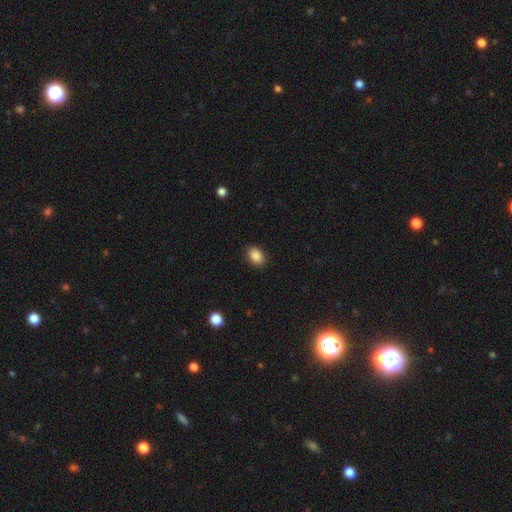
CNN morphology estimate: Smooth or featured: smooth — 88% (star or artifact — 9%)
How rounded: in between — 74% (round — 25%)
Merging: none — 90% (minor disturbance — 7%)